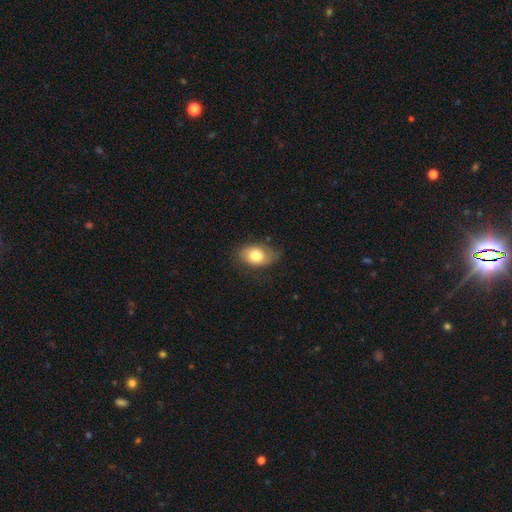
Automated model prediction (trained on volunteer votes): smooth_or_featured: smooth (p=0.75) [alt: featured or disk p=0.18]
how_rounded: in between (p=0.84) [alt: round p=0.14]
merging: none (p=0.66) [alt: minor disturbance p=0.26]